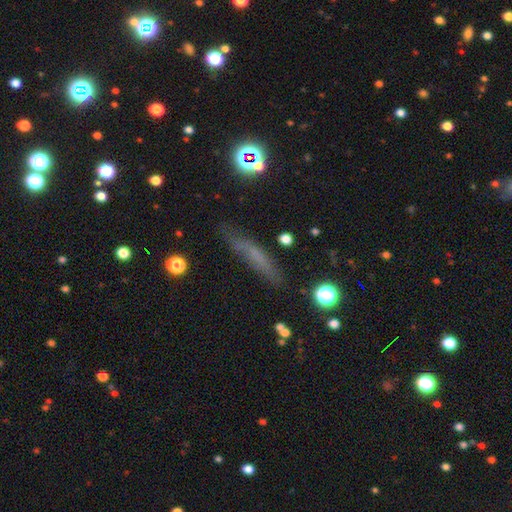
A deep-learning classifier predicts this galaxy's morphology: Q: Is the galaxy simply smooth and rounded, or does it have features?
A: smooth — 52%.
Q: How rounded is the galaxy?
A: cigar-shaped — 83%.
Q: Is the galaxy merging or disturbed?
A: none — 72%.